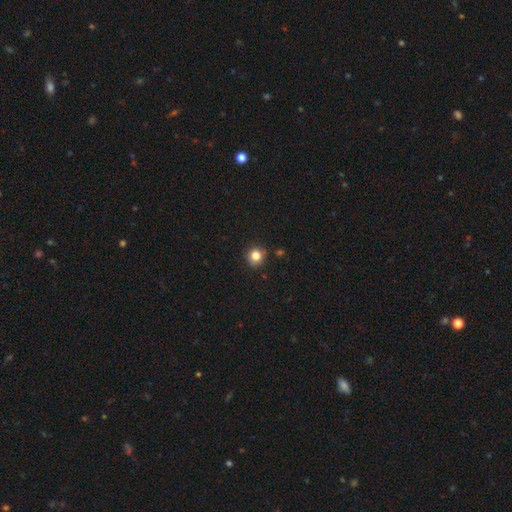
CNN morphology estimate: This appears to be a smooth galaxy with no disk features (82%) that is round (91%). Merging: none (87%).